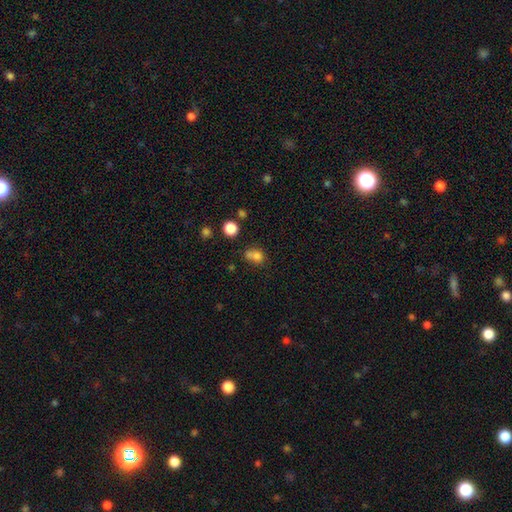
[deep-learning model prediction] Smooth or featured: smooth — 76% (star or artifact — 14%)
How rounded: round — 54% (in between — 44%)
Merging: none — 40% (merger — 31%)